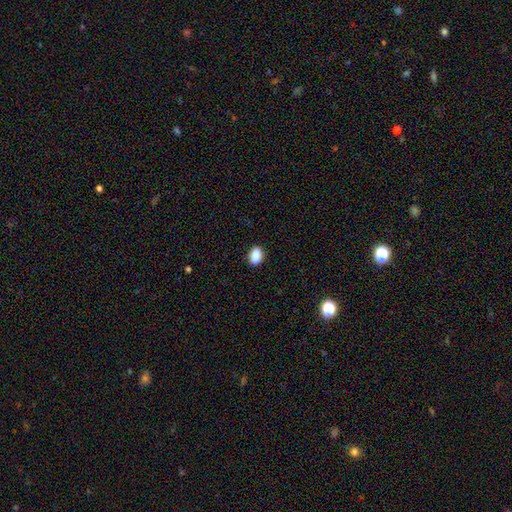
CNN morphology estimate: smooth-or-featured: smooth: 89% | star or artifact: 8% | featured or disk: 3%
  how-rounded: in between: 85% | round: 13% | cigar-shaped: 2%
  merging: none: 89% | minor disturbance: 8% | major disturbance: 2% | merger: 1%